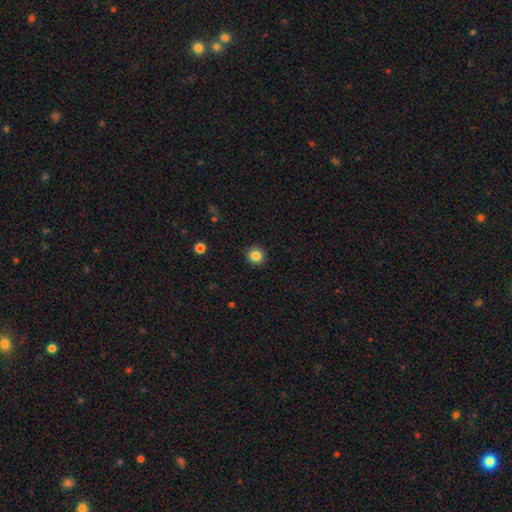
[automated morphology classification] Overall: smooth (84%). How rounded: round (92%). Merging: none (91%).